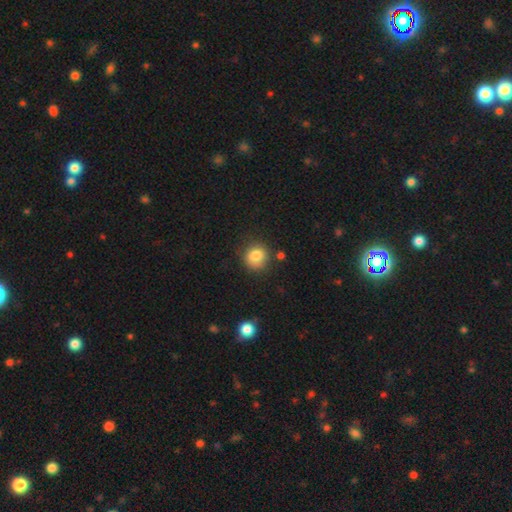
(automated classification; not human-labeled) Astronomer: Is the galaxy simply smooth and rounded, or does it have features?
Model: smooth — 81%.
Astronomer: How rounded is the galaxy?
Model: round — 84%.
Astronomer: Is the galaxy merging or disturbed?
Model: none — 74%.